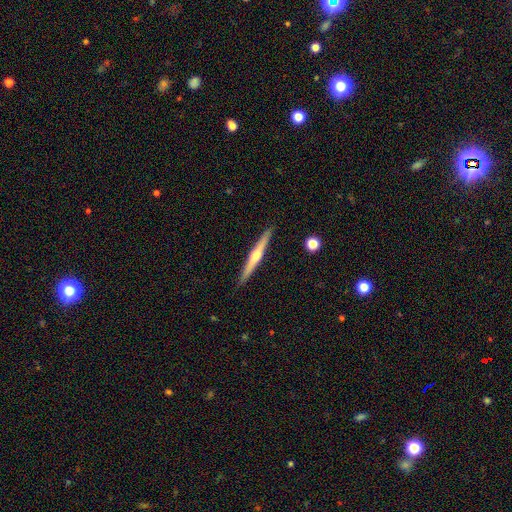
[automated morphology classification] Overall: featured or disk (66%; smooth 28%). Edge-on disk: yes (98%). Edge-on bulge: rounded (84%). Merging: none (91%).